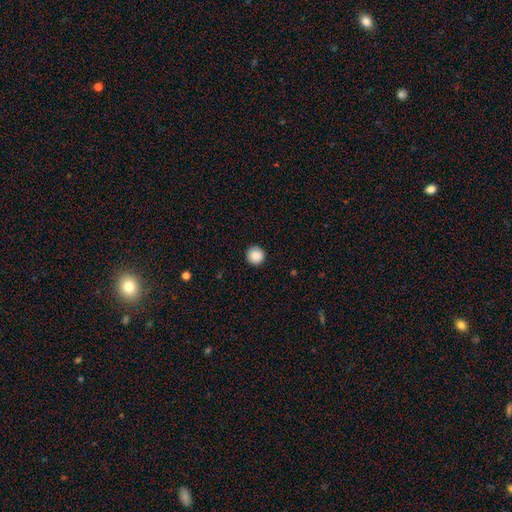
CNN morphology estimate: This appears to be a smooth galaxy with no disk features (89%) that is round (96%). Merging: none (92%).